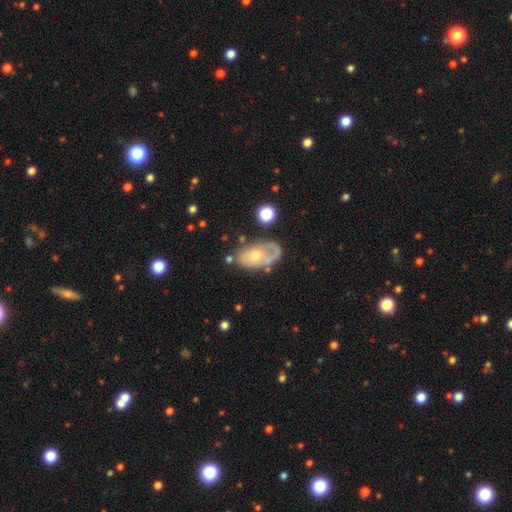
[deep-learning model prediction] Morphology: type=featured or disk (57%); edge-on=no (93%); bar=no (84%); spiral arms=no (51%); bulge=moderate (48%); merging=none (46%).